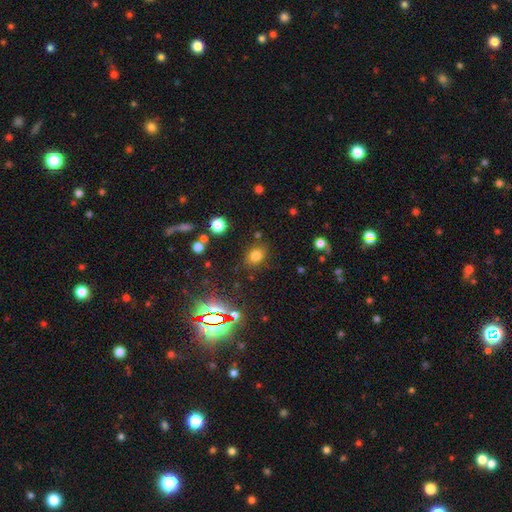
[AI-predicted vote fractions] smooth 74%, star or artifact 19%, featured or disk 7%. Down the decision tree: how rounded — in between (53%); merging — none (80%).